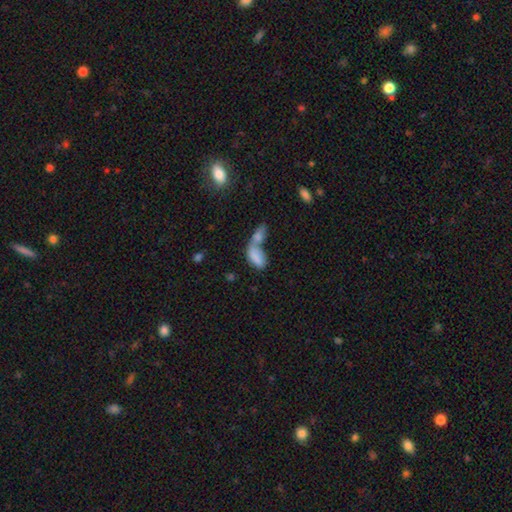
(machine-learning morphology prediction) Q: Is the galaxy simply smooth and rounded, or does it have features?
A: smooth — 80%.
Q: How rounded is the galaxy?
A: in between — 90%.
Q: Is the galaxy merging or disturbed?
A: merger — 72%.